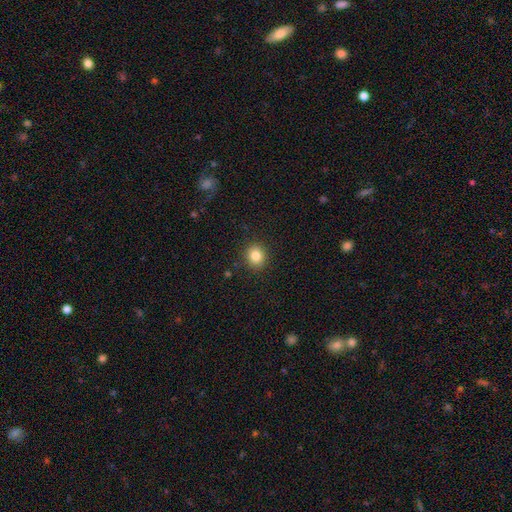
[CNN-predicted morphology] This appears to be a smooth galaxy with no disk features (83%) that is round (82%). Merging: none (90%).